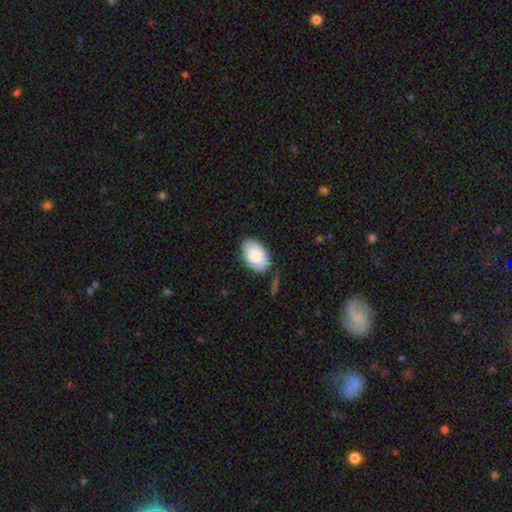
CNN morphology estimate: The model was most divided on "merging": none: 74%, minor disturbance: 19%, major disturbance: 4%, merger: 3%. More confident: how rounded — in between (94%); smooth or featured — smooth (85%).